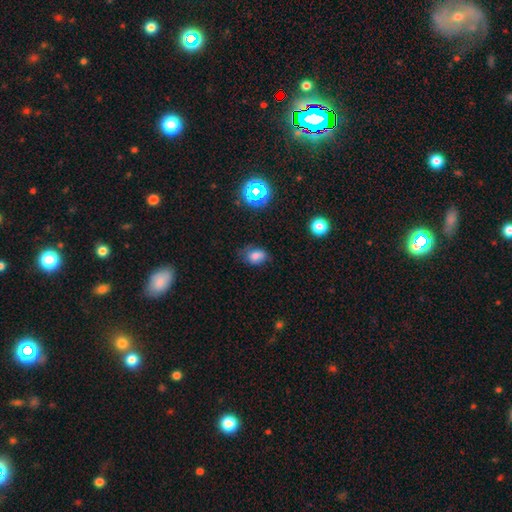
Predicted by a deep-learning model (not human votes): smooth_or_featured: smooth (p=0.72) [alt: star or artifact p=0.16]
how_rounded: in between (p=0.78) [alt: round p=0.20]
merging: none (p=0.57) [alt: minor disturbance p=0.30]